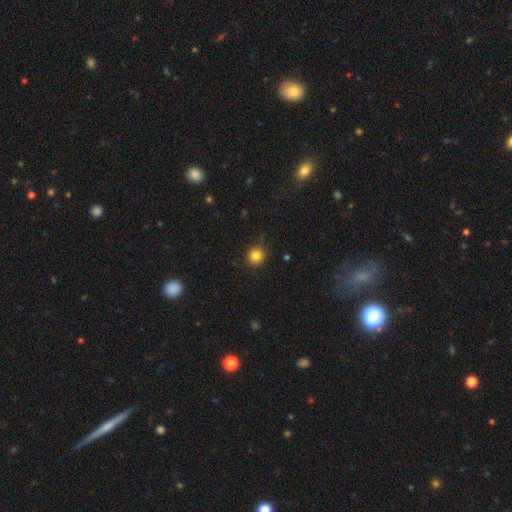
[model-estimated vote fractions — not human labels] This is clearly a smooth galaxy (83%). How rounded: clearly round (94%). Merging: clearly none (89%).